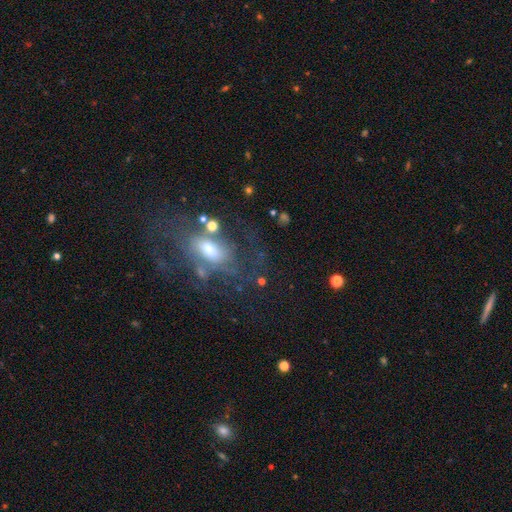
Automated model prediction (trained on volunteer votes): Overall: featured or disk (60%; star or artifact 21%). Edge-on disk: no (88%). Bar: no (54%; weak 32%). Spiral arms: yes (53%; no 47%). Bulge size: moderate (51%; small 27%). Merging: none (58%).